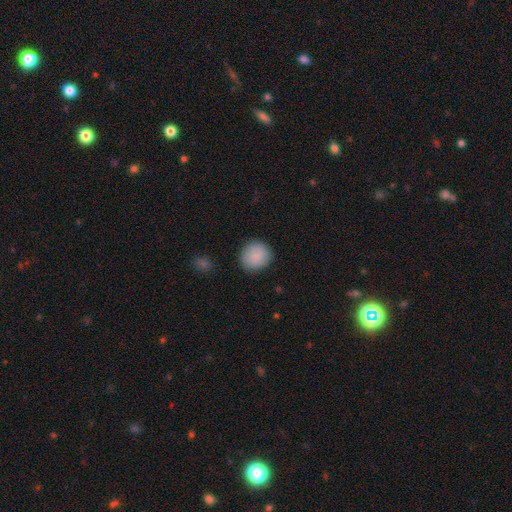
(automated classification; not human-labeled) Smooth or featured? smooth (88%)
How rounded? round (89%)
Merging? none (88%)